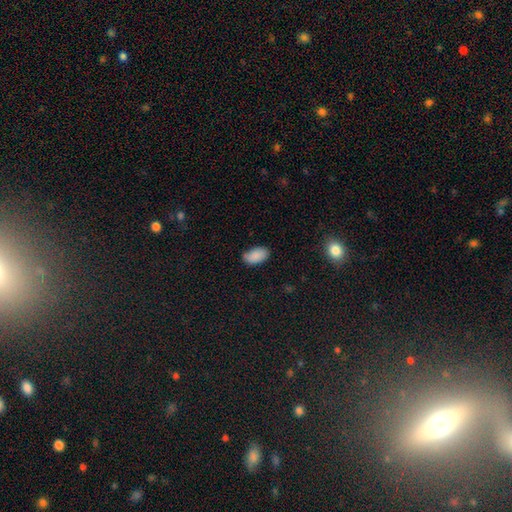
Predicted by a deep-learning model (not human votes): Smooth or featured? smooth (88%)
How rounded? in between (94%)
Merging? none (77%)